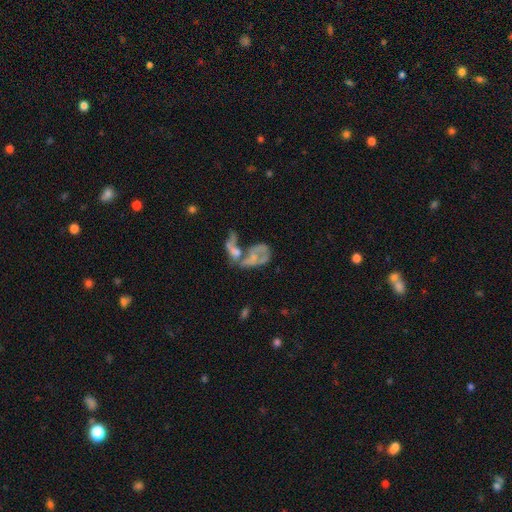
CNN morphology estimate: Overall: featured or disk (54%; smooth 34%). Edge-on disk: no (96%). Bar: no (83%). Spiral arms: no (71%). Bulge size: none (44%; small 28%). Merging: merger (63%).